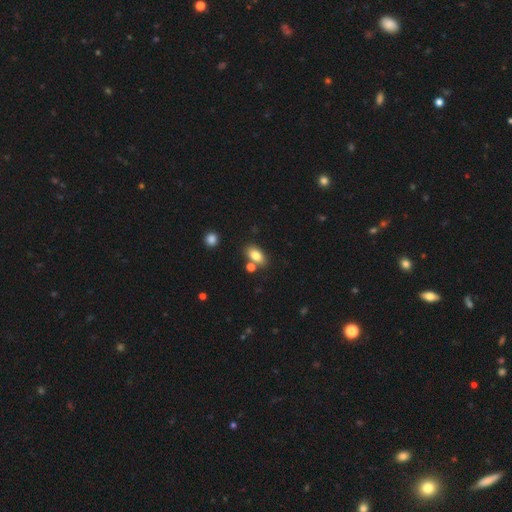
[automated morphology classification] smooth_or_featured: smooth (p=0.80) [alt: featured or disk p=0.11]
how_rounded: in between (p=0.88) [alt: round p=0.09]
merging: none (p=0.70) [alt: merger p=0.16]